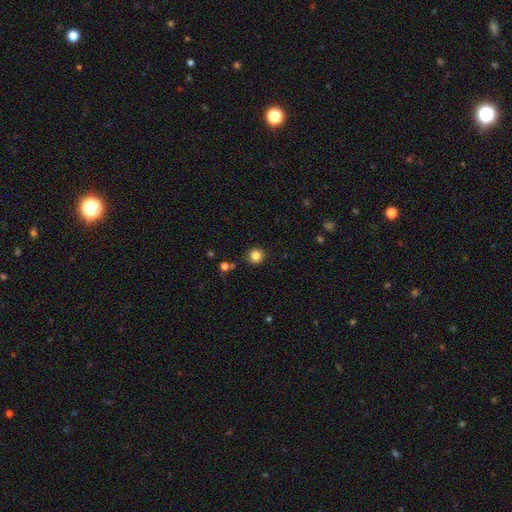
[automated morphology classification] Smooth or featured: smooth — 84% (star or artifact — 11%)
How rounded: round — 92% (in between — 7%)
Merging: none — 89% (minor disturbance — 7%)